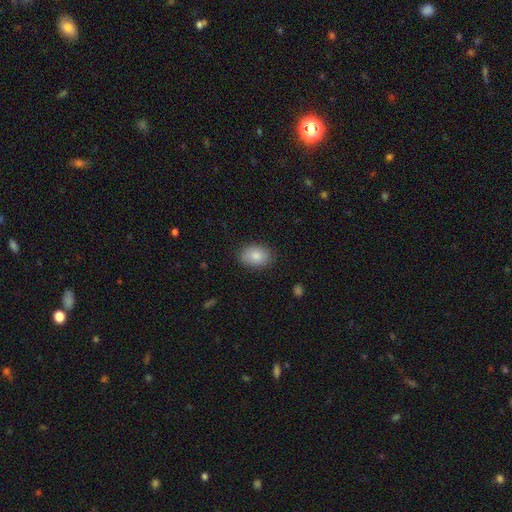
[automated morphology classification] Q: Smooth or featured?
A: smooth (85%); runner-up: featured or disk (8%)
Q: How rounded?
A: in between (81%); runner-up: round (18%)
Q: Merging?
A: none (86%); runner-up: minor disturbance (11%)